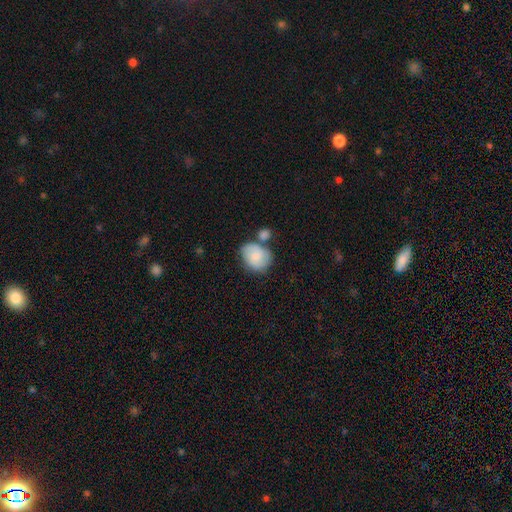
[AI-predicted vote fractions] smooth_or_featured: smooth (p=0.76) [alt: featured or disk p=0.17]
how_rounded: round (p=0.53) [alt: in between p=0.46]
merging: none (p=0.43) [alt: merger p=0.28]